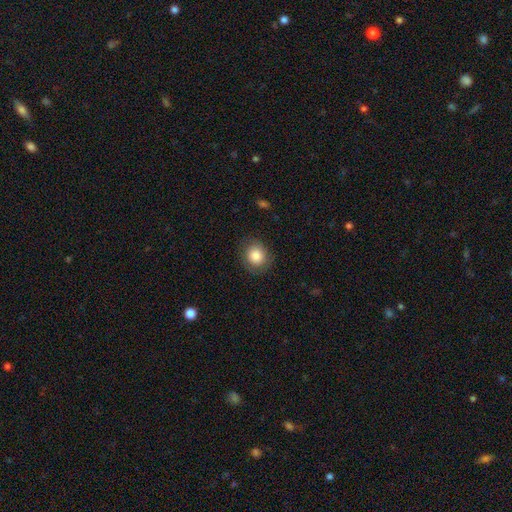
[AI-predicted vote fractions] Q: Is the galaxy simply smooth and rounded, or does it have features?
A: smooth — 85%.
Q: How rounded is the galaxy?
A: round — 75%.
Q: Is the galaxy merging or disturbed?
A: none — 84%.